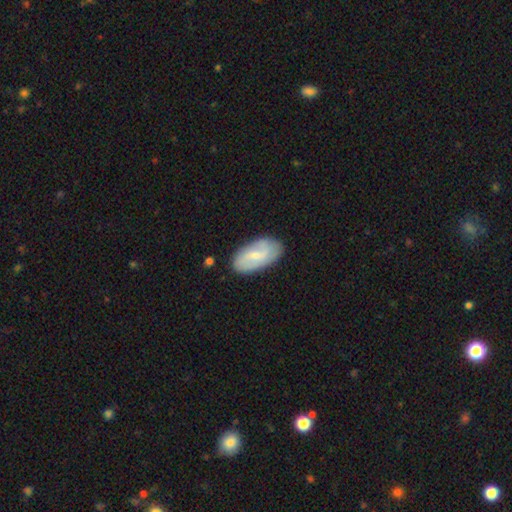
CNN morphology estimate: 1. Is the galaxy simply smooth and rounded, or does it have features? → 49% featured or disk, 45% smooth, 6% star or artifact.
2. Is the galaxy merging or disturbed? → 82% none, 14% minor disturbance, 3% major disturbance, 2% merger.